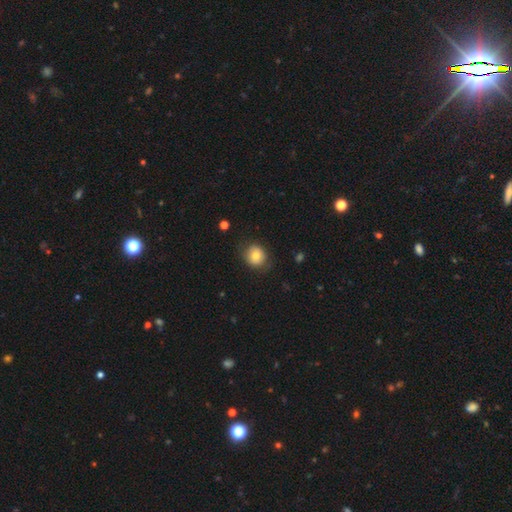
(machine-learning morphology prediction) smooth-or-featured: smooth: 77% | featured or disk: 14% | star or artifact: 9%
  how-rounded: round: 80% | in between: 19% | cigar-shaped: 1%
  merging: none: 79% | minor disturbance: 15% | major disturbance: 5% | merger: 1%